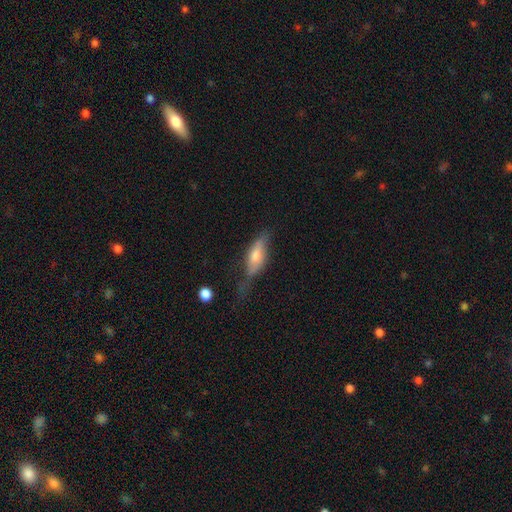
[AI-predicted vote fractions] smooth_or_featured: smooth (p=0.50) [alt: featured or disk p=0.42]
how_rounded: in between (p=0.61) [alt: cigar-shaped p=0.35]
merging: none (p=0.39) [alt: minor disturbance p=0.33]